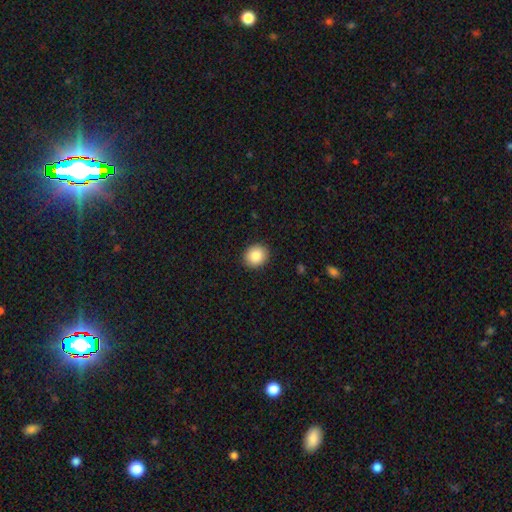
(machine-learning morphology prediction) smooth_or_featured: smooth (p=0.87) [alt: star or artifact p=0.08]
how_rounded: round (p=0.74) [alt: in between p=0.26]
merging: none (p=0.91) [alt: minor disturbance p=0.06]